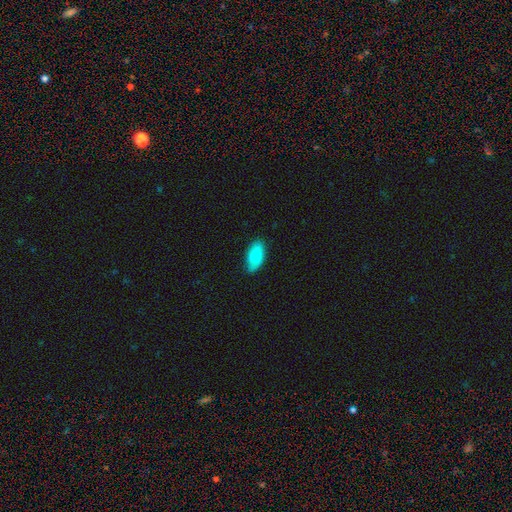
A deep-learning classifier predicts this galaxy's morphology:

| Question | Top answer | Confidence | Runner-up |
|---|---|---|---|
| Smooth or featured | smooth | 84% | featured or disk (10%) |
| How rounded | in between | 92% | cigar-shaped (6%) |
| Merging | none | 77% | minor disturbance (19%) |